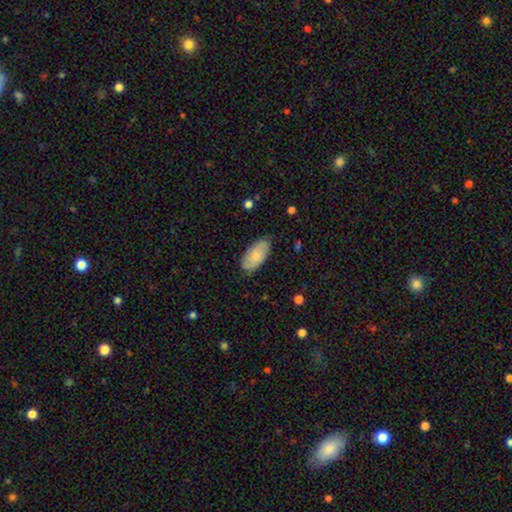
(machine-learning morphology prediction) A smooth galaxy with no disk features (70%) that is in between round and cigar-shaped (94%).

Vote fractions:
- Smooth or featured? smooth: 70% / featured or disk: 24% / star or artifact: 6%
- How rounded? in between: 94% / cigar-shaped: 4% / round: 2%
- Merging? none: 78% / minor disturbance: 18% / major disturbance: 3% / merger: 1%